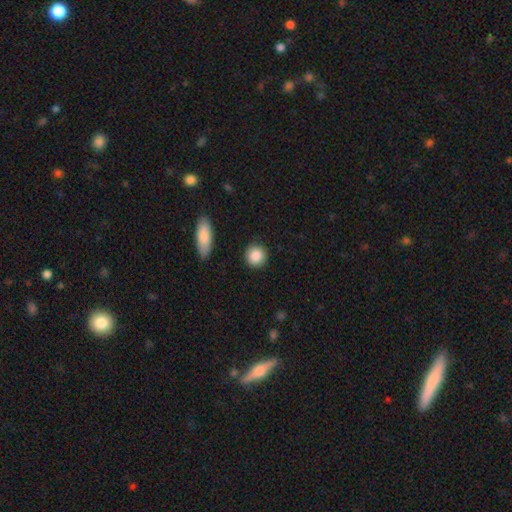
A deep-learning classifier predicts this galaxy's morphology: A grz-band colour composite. It shows a smooth galaxy with no disk features (88%) that is round (89%). Merging: none (89%).